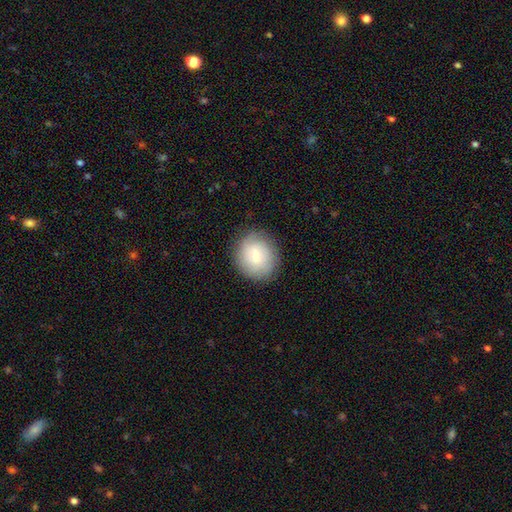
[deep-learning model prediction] smooth 71%, featured or disk 21%, star or artifact 8%. Down the decision tree: how rounded — round (83%); merging — none (85%).